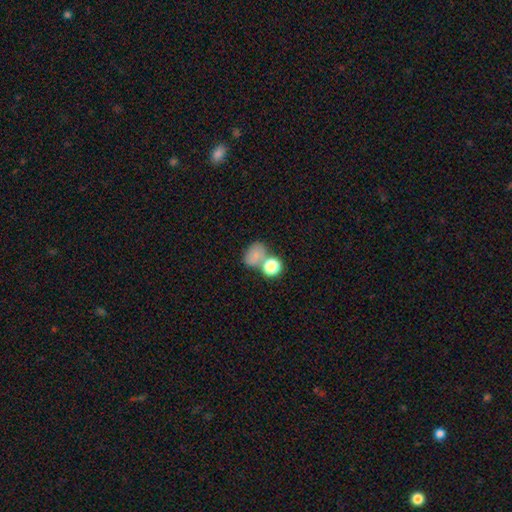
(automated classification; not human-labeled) This is likely a smooth galaxy (76%). How rounded: possibly in between (57%). Merging: marginally none (41%).